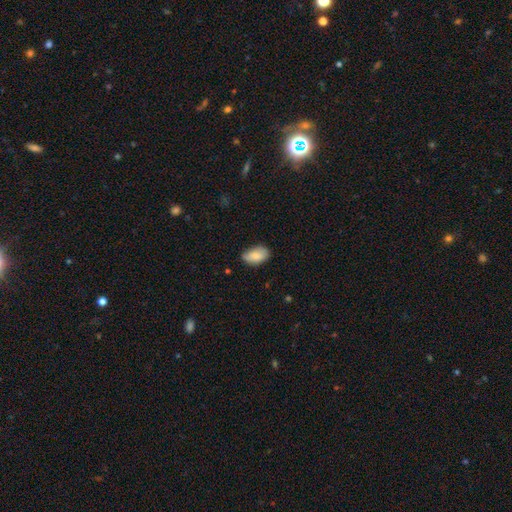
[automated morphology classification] smooth_or_featured: smooth (p=0.81) [alt: featured or disk p=0.12]
how_rounded: in between (p=0.92) [alt: round p=0.06]
merging: none (p=0.66) [alt: minor disturbance p=0.28]